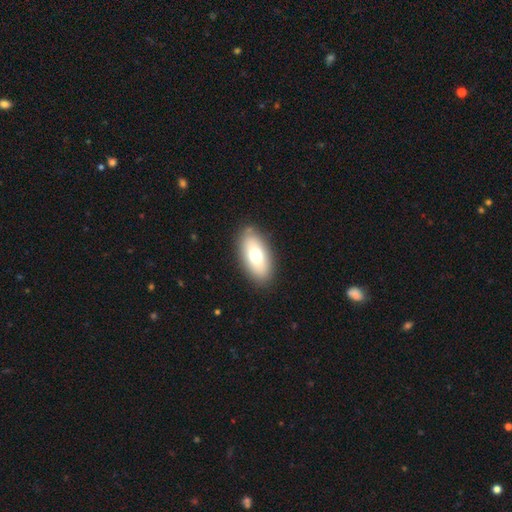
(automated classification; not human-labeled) A smooth galaxy with no disk features (73%) that is in between round and cigar-shaped (90%).

Vote fractions:
- Smooth or featured? smooth: 73% / featured or disk: 20% / star or artifact: 7%
- How rounded? in between: 90% / cigar-shaped: 7% / round: 3%
- Merging? none: 86% / minor disturbance: 10% / major disturbance: 3% / merger: 1%